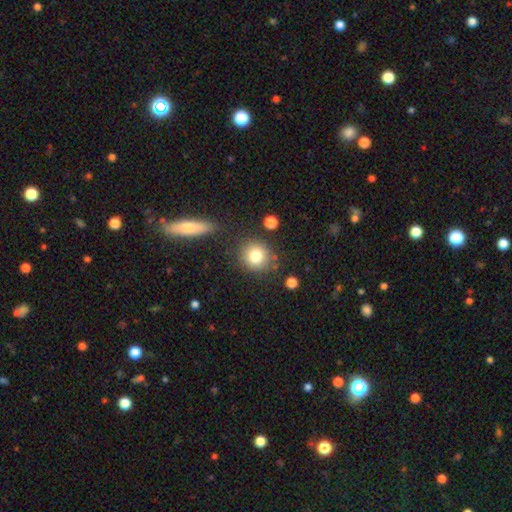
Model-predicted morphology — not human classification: A smooth galaxy with no disk features (80%) that is round (87%). Merging: none (80%).